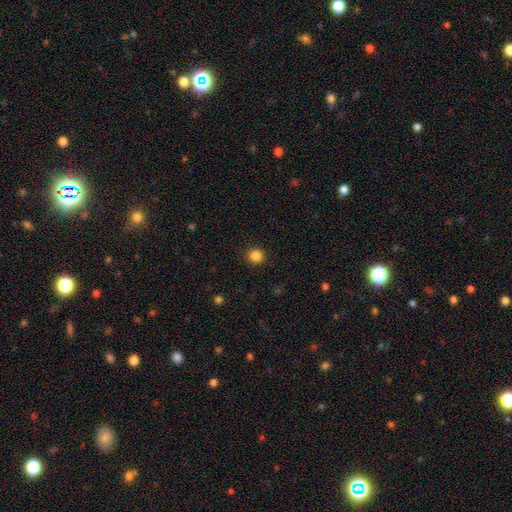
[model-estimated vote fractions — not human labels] Smooth or featured? smooth (85%)
How rounded? round (93%)
Merging? none (92%)